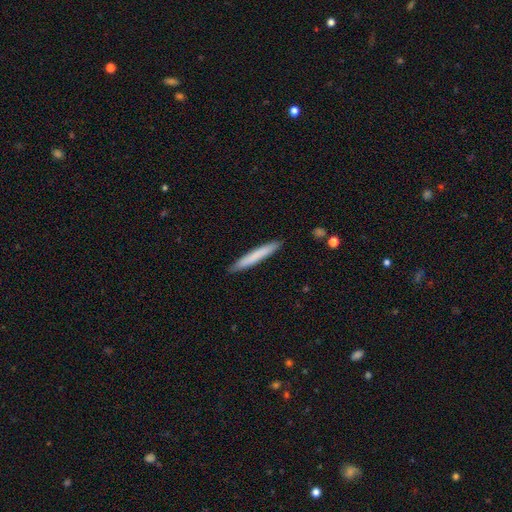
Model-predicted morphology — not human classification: A smooth galaxy with no disk features (74%) that is cigar-shaped (96%). Merging: none (91%).